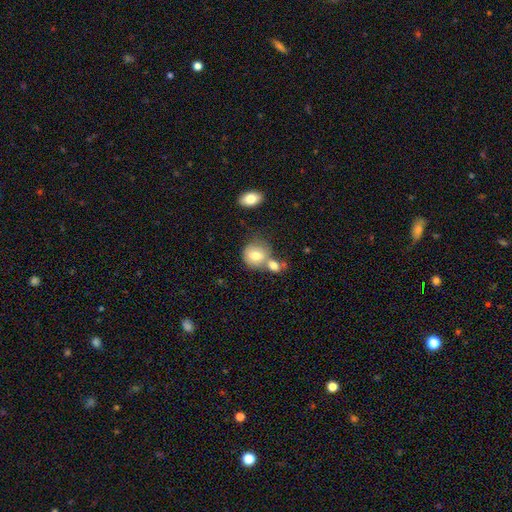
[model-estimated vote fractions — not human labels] The model was most divided on "merging": merger: 42%, none: 39%, minor disturbance: 13%, major disturbance: 6%. More confident: smooth or featured — smooth (77%); how rounded — round (72%).